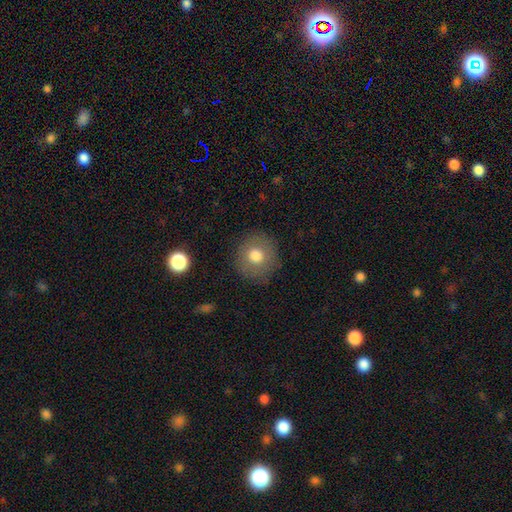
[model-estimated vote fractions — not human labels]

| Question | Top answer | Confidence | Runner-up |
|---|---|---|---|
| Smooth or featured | smooth | 76% | featured or disk (14%) |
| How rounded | round | 93% | in between (6%) |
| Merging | none | 86% | minor disturbance (9%) |